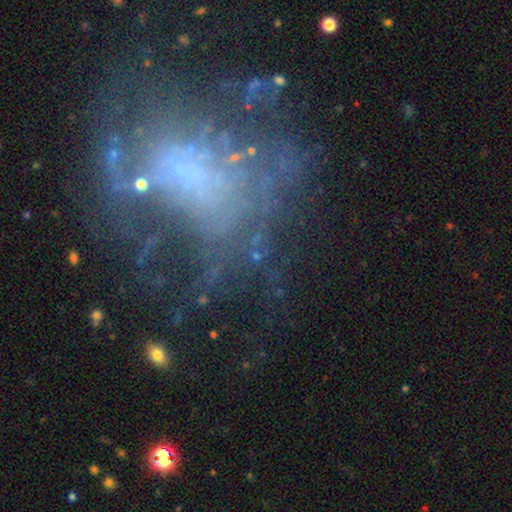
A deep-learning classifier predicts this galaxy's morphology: Smooth or featured? Predicted: featured or disk (p=0.62). Edge-on disk? Predicted: no (p=0.96). Bar? Predicted: no (p=0.74). Spiral arms? Predicted: no (p=0.53). Bulge size? Predicted: none (p=0.55). Merging? Predicted: none (p=0.48).